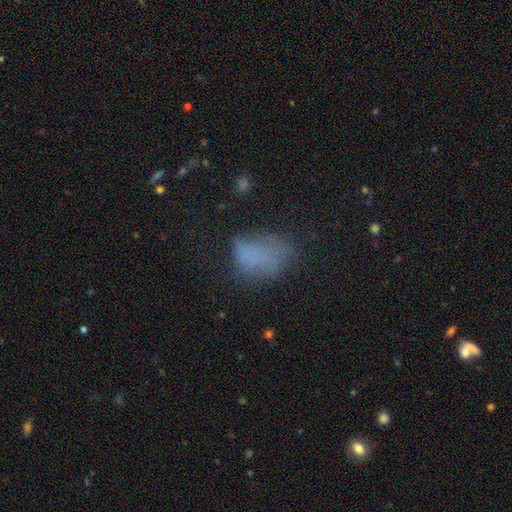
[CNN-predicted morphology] This is likely a smooth galaxy (62%). How rounded: likely in between (80%). Merging: marginally none (38%).